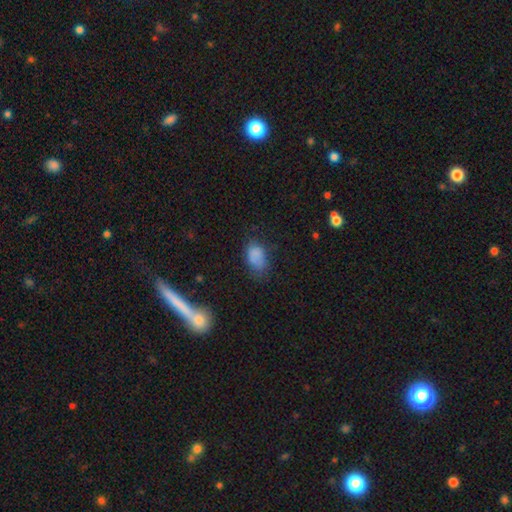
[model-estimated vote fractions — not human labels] Smooth or featured? Predicted: smooth (p=0.77). How rounded? Predicted: in between (p=0.87). Merging? Predicted: none (p=0.52).